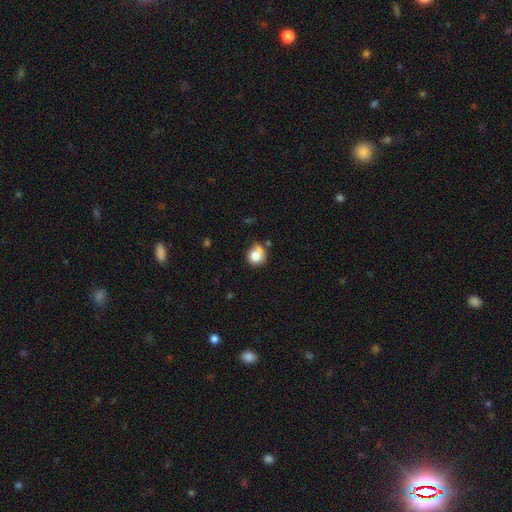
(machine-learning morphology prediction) A smooth galaxy with no disk features (80%) that is round (85%). Merging: none (56%).